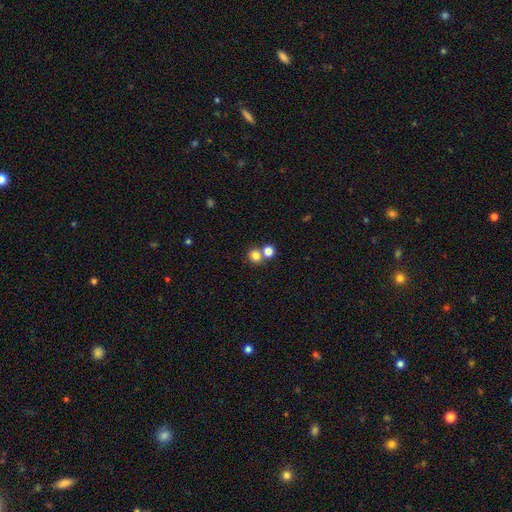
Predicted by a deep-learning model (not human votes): This is likely a smooth galaxy (80%). How rounded: clearly round (81%). Merging: possibly none (49%).